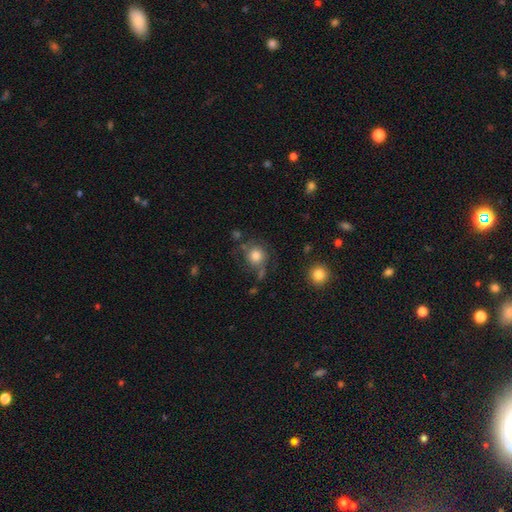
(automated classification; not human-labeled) Smooth or featured?
  - smooth: 79% *
  - featured or disk: 11%
  - star or artifact: 11%
How rounded?
  - round: 88% *
  - in between: 11%
  - cigar-shaped: 1%
Merging?
  - none: 66% *
  - minor disturbance: 17%
  - merger: 9%
  - major disturbance: 8%